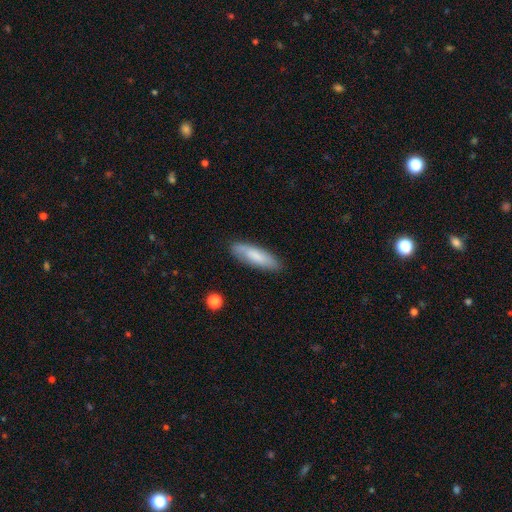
Smooth or featured?
  - smooth: 66% *
  - featured or disk: 29%
  - star or artifact: 5%
How rounded?
  - in between: 60% *
  - cigar-shaped: 40%
  - round: 0%
Merging?
  - none: 86% *
  - minor disturbance: 11%
  - major disturbance: 3%
  - merger: 0%